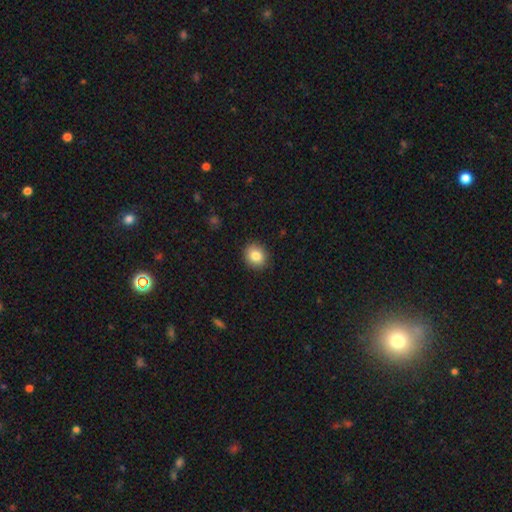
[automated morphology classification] smooth-or-featured: smooth: 83% | star or artifact: 10% | featured or disk: 7%
  how-rounded: round: 79% | in between: 20% | cigar-shaped: 1%
  merging: none: 91% | minor disturbance: 6% | major disturbance: 2% | merger: 1%